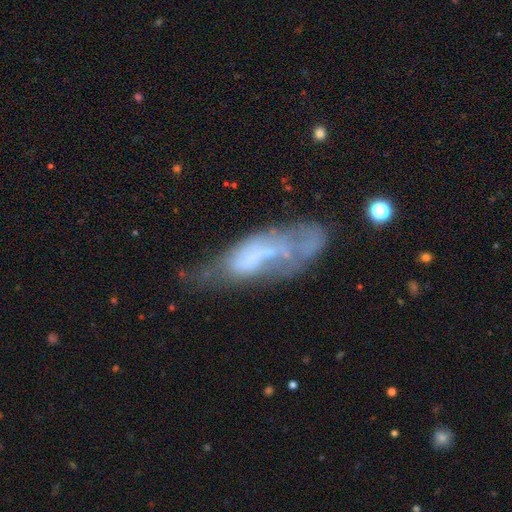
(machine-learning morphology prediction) Overall: featured or disk (52%; smooth 37%). Edge-on disk: no (84%). Merging: major disturbance (30%; none 29%).